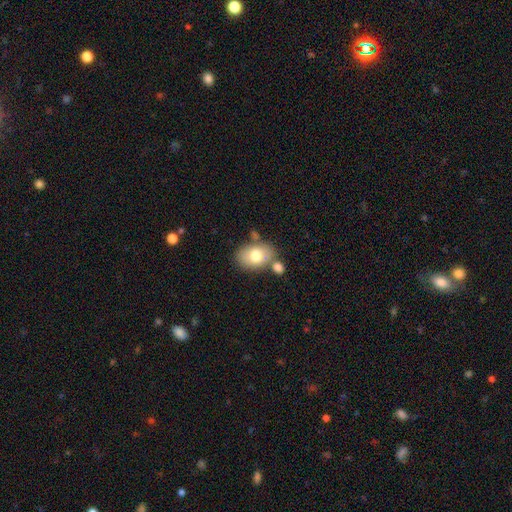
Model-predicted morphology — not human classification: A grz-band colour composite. It shows a smooth galaxy with no disk features (74%) that is in between round and cigar-shaped (83%). Merging: none (62%).